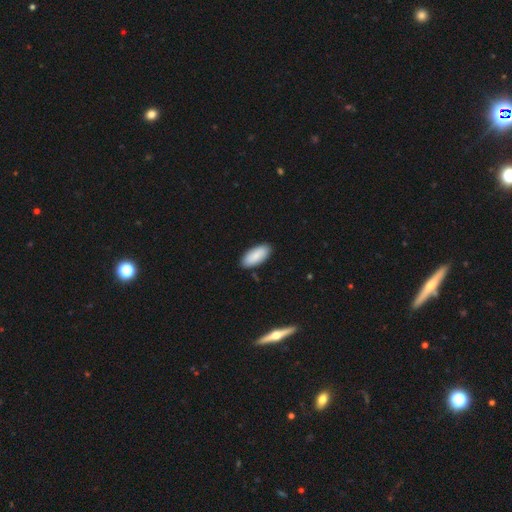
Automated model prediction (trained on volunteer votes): Morphology: type=smooth (87%); roundness=in between (88%); merging=none (88%).